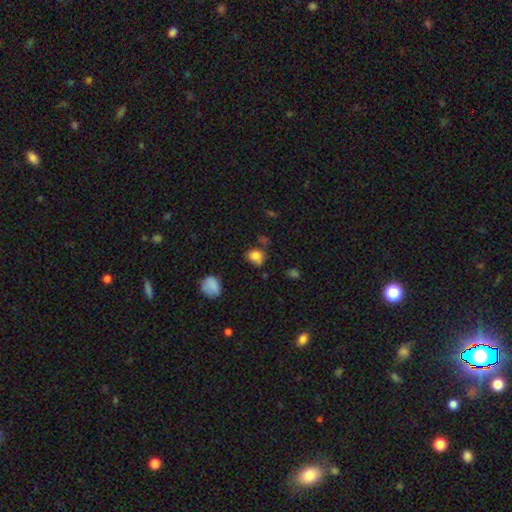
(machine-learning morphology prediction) Smooth or featured?
  - smooth: 80% *
  - star or artifact: 12%
  - featured or disk: 9%
How rounded?
  - round: 56% *
  - in between: 43%
  - cigar-shaped: 1%
Merging?
  - none: 54% *
  - minor disturbance: 28%
  - major disturbance: 10%
  - merger: 8%